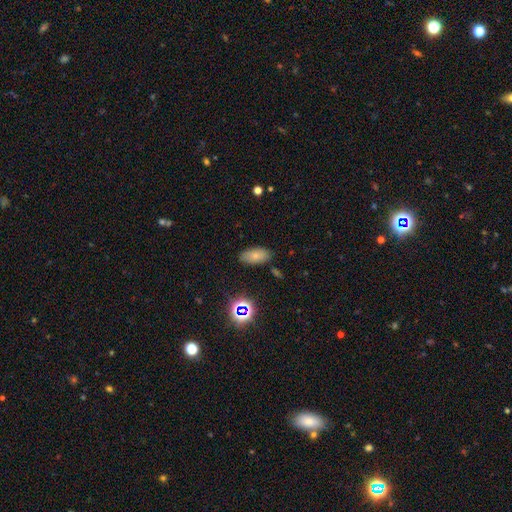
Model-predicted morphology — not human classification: This appears to be a smooth galaxy with no disk features (72%) that is in between round and cigar-shaped (90%). Merging: none (82%).